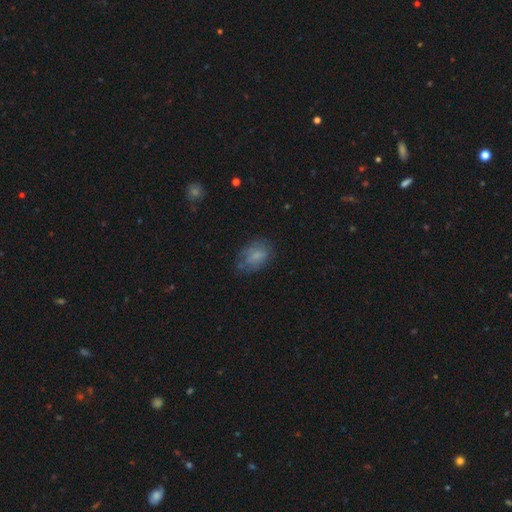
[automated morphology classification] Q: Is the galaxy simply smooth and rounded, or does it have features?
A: smooth — 67%.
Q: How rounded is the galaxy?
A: in between — 77%.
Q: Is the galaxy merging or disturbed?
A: none — 59%.